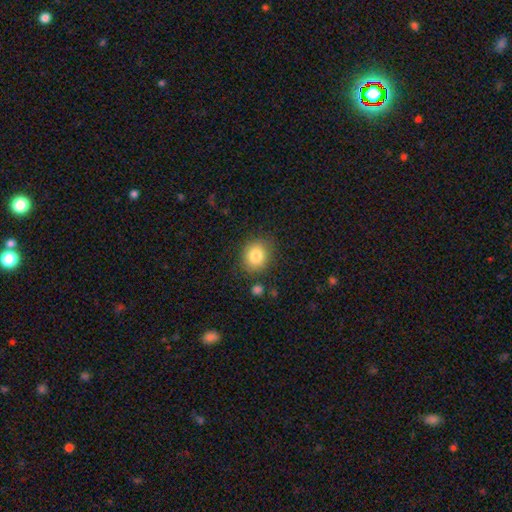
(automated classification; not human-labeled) smooth-or-featured: smooth: 83% | star or artifact: 10% | featured or disk: 7%
  how-rounded: round: 75% | in between: 24% | cigar-shaped: 1%
  merging: none: 83% | minor disturbance: 11% | major disturbance: 3% | merger: 3%